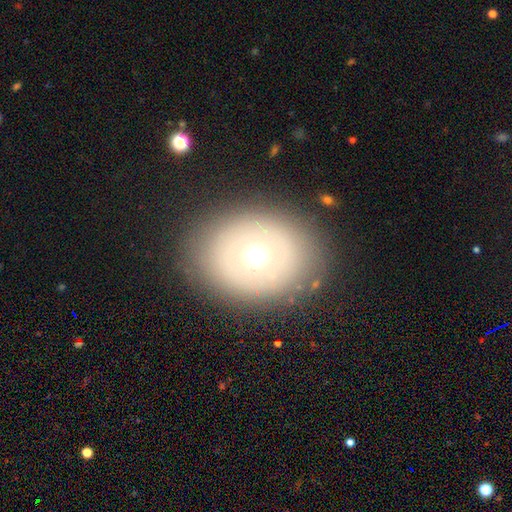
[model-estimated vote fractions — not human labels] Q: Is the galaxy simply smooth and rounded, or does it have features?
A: smooth — 50%.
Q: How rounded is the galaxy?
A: round — 50%.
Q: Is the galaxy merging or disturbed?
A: none — 83%.